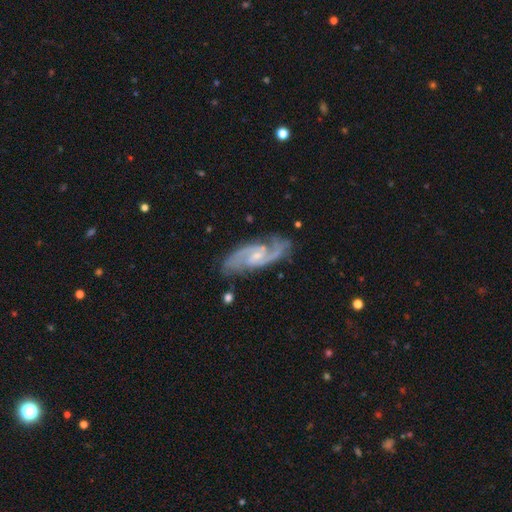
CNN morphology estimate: Overall: featured or disk (85%). Edge-on disk: no (93%). Bar: no (45%; weak 44%). Spiral arms: yes (97%). Spiral arm count: 2 (82%). Spiral winding: medium (52%; tight 30%). Bulge size: small (56%; moderate 33%). Merging: none (83%).